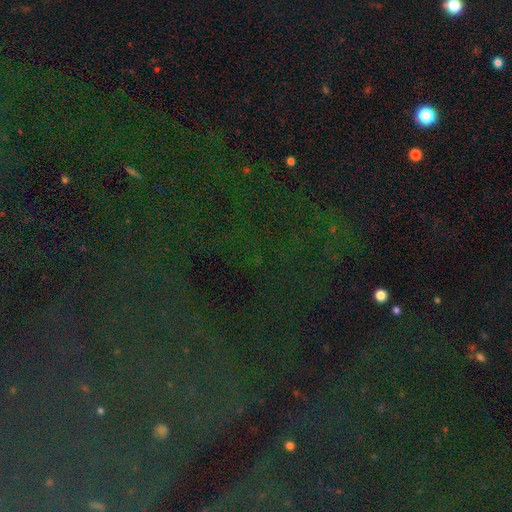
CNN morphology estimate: Overall: star or artifact (82%).